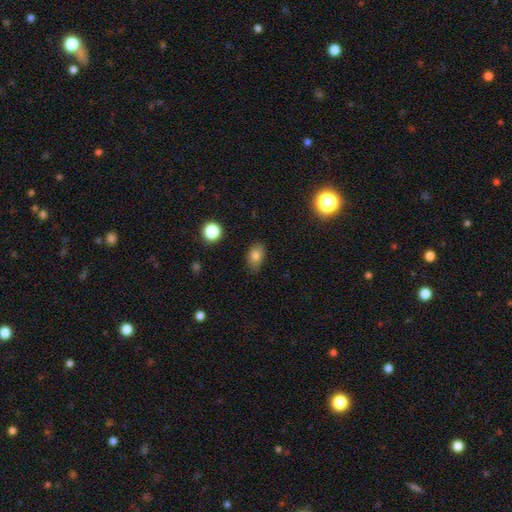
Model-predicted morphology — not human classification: smooth-or-featured: smooth: 80% | star or artifact: 11% | featured or disk: 9%
  how-rounded: in between: 83% | round: 15% | cigar-shaped: 2%
  merging: none: 79% | minor disturbance: 16% | major disturbance: 3% | merger: 1%